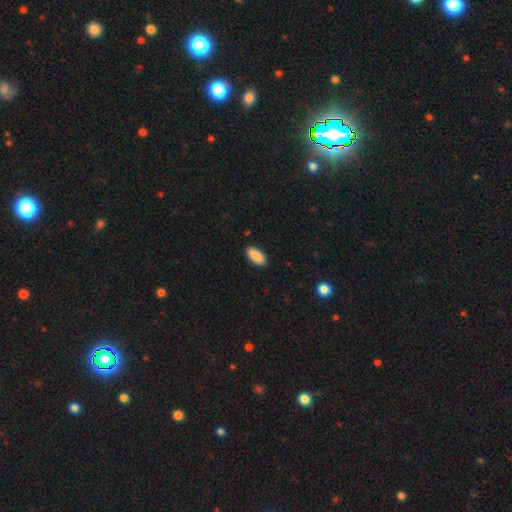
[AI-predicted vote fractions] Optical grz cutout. It shows a smooth galaxy with no disk features (90%) that is in between round and cigar-shaped (88%). Merging: none (89%).